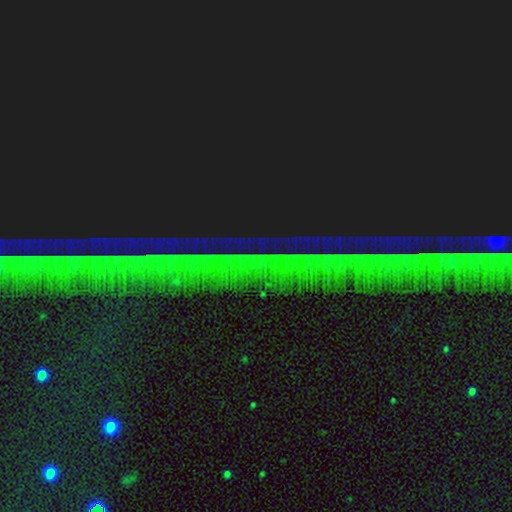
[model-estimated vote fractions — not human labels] This is clearly a star or artifact rather than a galaxy (87%).